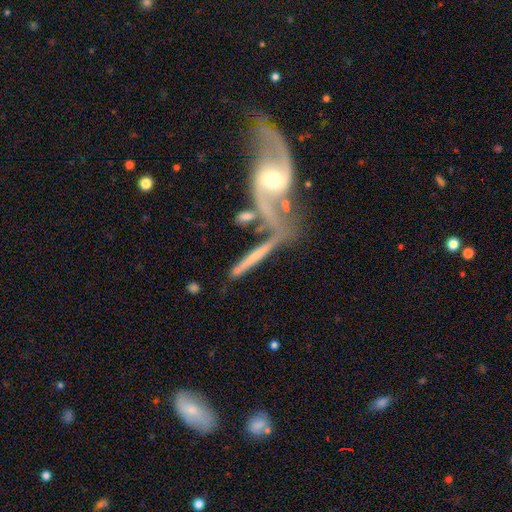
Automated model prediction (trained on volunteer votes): A featured or disk galaxy (62%) viewed edge-on (57%).

Vote fractions:
- Smooth or featured? featured or disk: 62% / smooth: 31% / star or artifact: 8%
- Edge-on disk? yes: 57% / no: 43%
- Merging? none: 41% / merger: 34% / minor disturbance: 15% / major disturbance: 11%